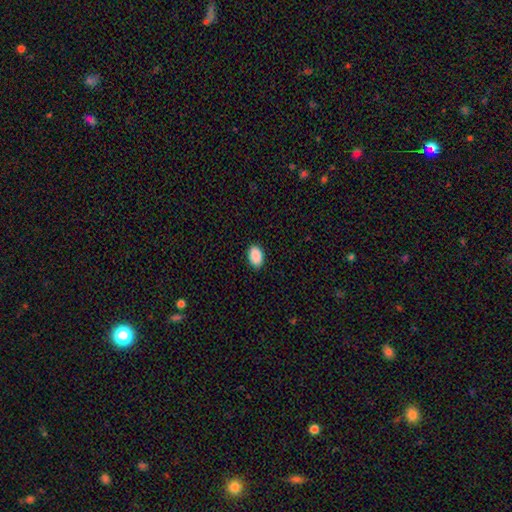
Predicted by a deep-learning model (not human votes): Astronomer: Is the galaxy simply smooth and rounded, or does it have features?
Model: smooth — 91%.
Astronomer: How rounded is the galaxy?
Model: in between — 90%.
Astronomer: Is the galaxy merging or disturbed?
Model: none — 90%.